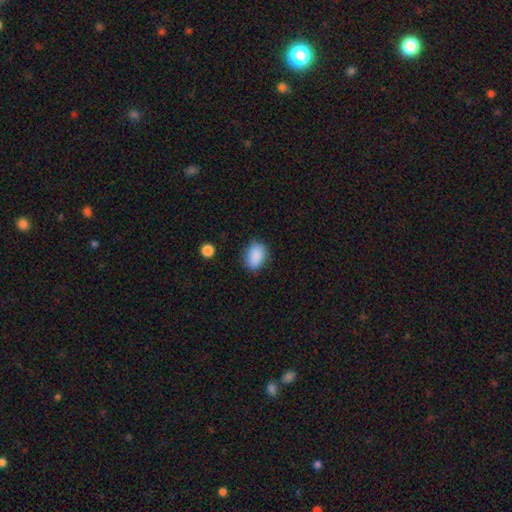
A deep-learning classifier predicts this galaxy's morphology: smooth_or_featured: smooth (p=0.89) [alt: star or artifact p=0.08]
how_rounded: in between (p=0.79) [alt: round p=0.20]
merging: none (p=0.81) [alt: minor disturbance p=0.14]